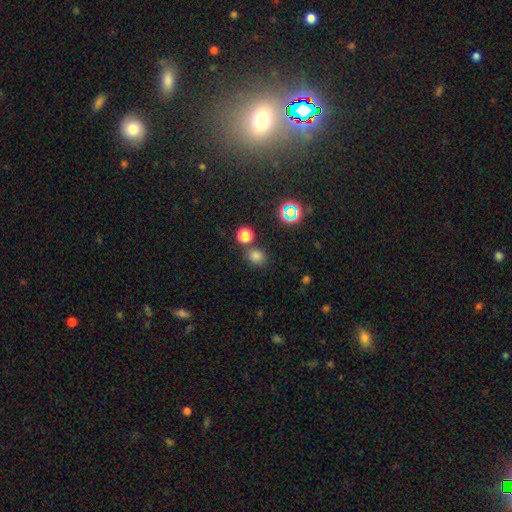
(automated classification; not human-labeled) Smooth or featured: smooth — 74% (star or artifact — 21%)
How rounded: round — 77% (in between — 22%)
Merging: none — 75% (merger — 13%)